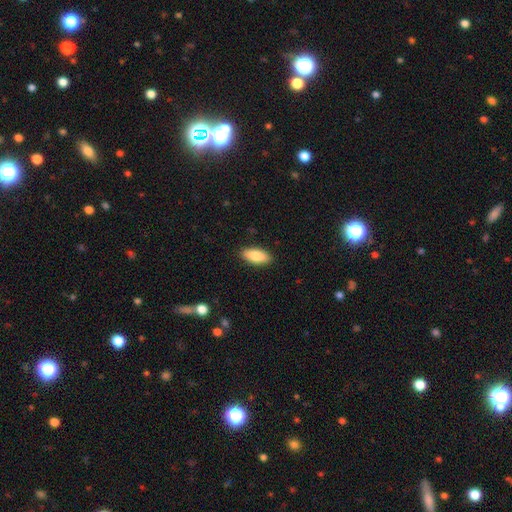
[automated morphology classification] A smooth galaxy with no disk features (84%) that is in between round and cigar-shaped (84%). Merging: none (90%).